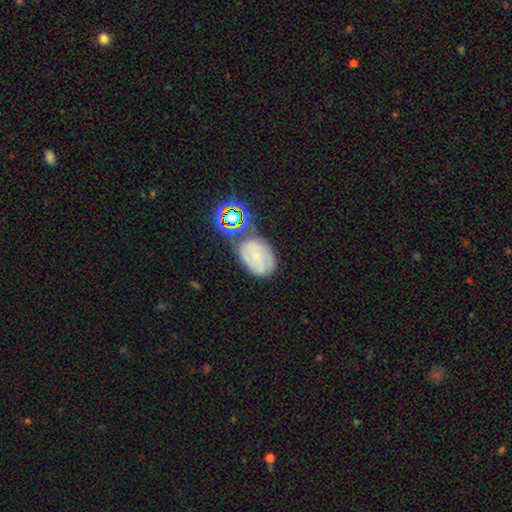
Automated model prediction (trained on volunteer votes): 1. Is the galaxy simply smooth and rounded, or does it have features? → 41% featured or disk, 39% smooth, 19% star or artifact.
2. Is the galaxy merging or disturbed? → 54% none, 24% minor disturbance, 13% merger, 9% major disturbance.